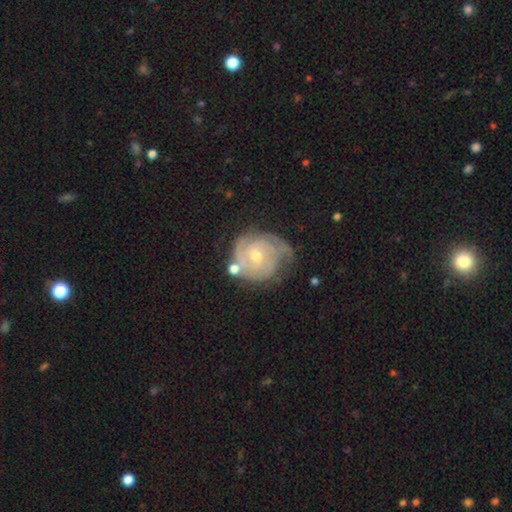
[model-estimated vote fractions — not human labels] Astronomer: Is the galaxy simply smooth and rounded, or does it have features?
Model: featured or disk — 87%.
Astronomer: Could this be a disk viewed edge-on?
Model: no — 98%.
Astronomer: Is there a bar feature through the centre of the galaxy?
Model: no — 65%.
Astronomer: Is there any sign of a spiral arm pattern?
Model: yes — 97%.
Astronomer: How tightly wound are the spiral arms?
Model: tight — 74%.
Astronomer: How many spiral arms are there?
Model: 3 — 35% (runner-up: 2, 26%).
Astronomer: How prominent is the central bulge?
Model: moderate — 50% (runner-up: small, 46%).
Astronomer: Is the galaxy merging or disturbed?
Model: none — 62%.